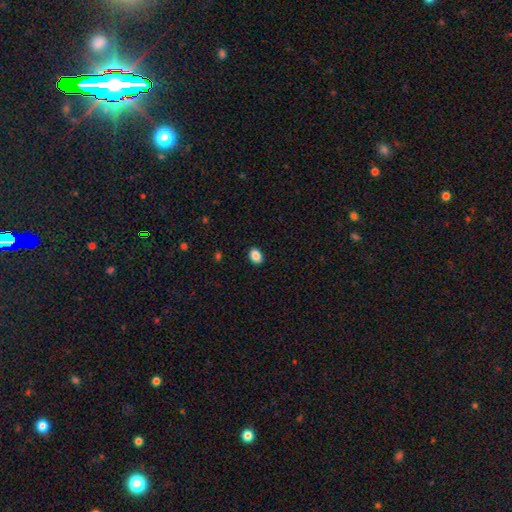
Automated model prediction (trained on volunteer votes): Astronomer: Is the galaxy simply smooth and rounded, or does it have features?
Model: smooth — 89%.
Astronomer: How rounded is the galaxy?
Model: in between — 72%.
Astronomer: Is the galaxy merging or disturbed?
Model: none — 90%.